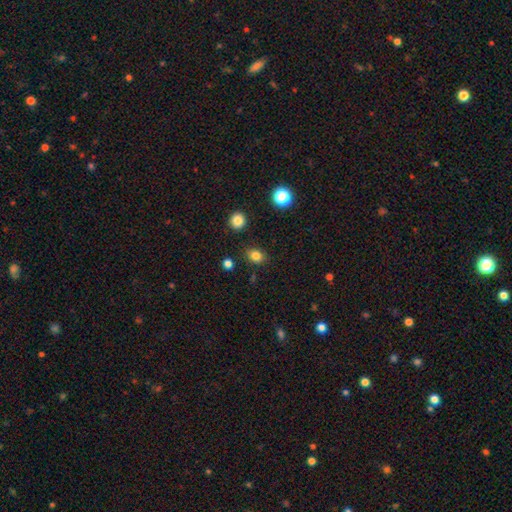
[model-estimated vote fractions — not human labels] Smooth or featured: smooth — 82% (star or artifact — 13%)
How rounded: in between — 51% (round — 48%)
Merging: none — 85% (minor disturbance — 9%)